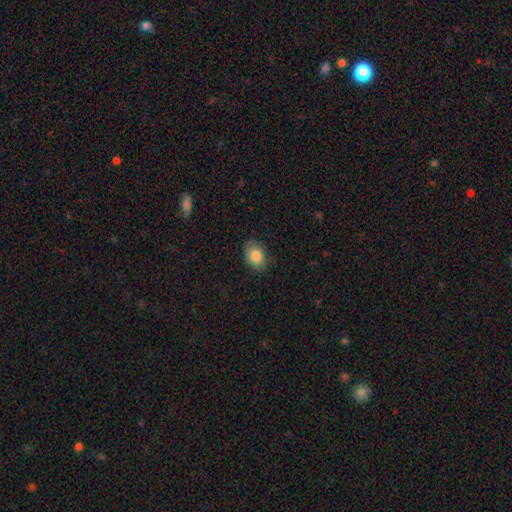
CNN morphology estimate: Smooth or featured? Predicted: smooth (p=0.86). How rounded? Predicted: in between (p=0.74). Merging? Predicted: none (p=0.80).